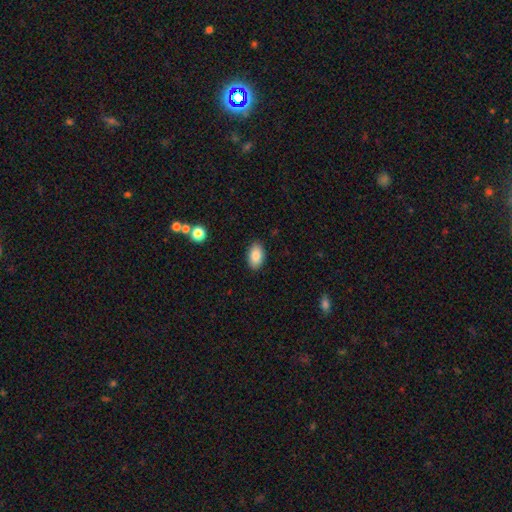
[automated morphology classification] Q: Smooth or featured?
A: smooth (86%); runner-up: star or artifact (8%)
Q: How rounded?
A: in between (92%); runner-up: round (6%)
Q: Merging?
A: none (88%); runner-up: minor disturbance (9%)